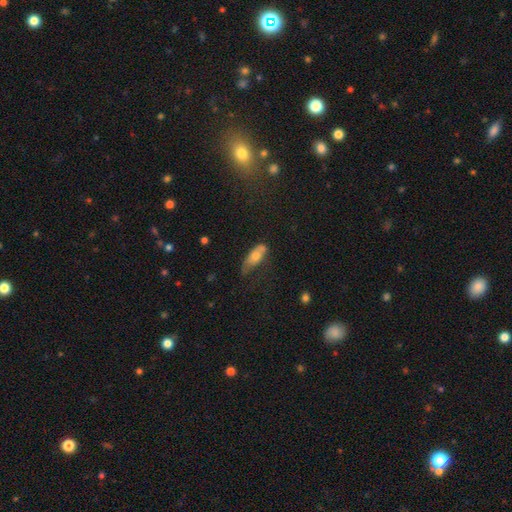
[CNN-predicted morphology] smooth_or_featured: smooth (p=0.62) [alt: featured or disk p=0.30]
how_rounded: in between (p=0.75) [alt: cigar-shaped p=0.22]
merging: none (p=0.39) [alt: minor disturbance p=0.33]